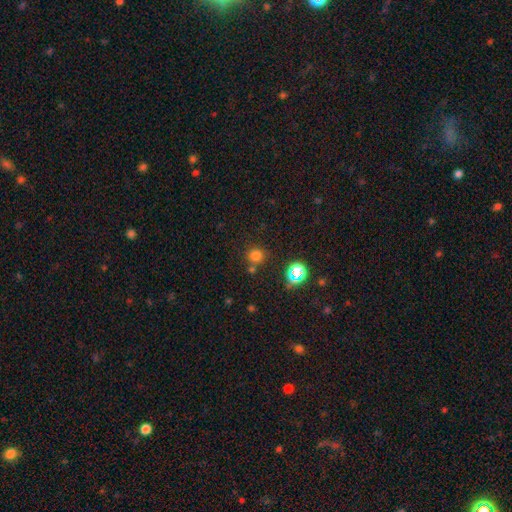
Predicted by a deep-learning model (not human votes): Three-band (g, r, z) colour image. It shows a smooth galaxy with no disk features (72%) that is round (88%). Merging: none (72%).